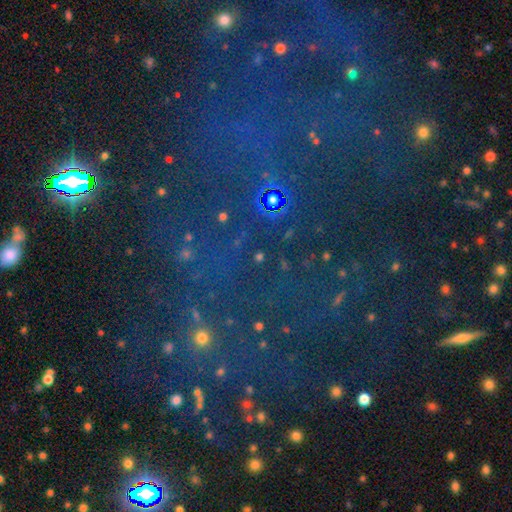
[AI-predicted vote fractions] A star or artifact, not a galaxy (69%).

Vote fractions:
- Smooth or featured? star or artifact: 69% / smooth: 19% / featured or disk: 11%